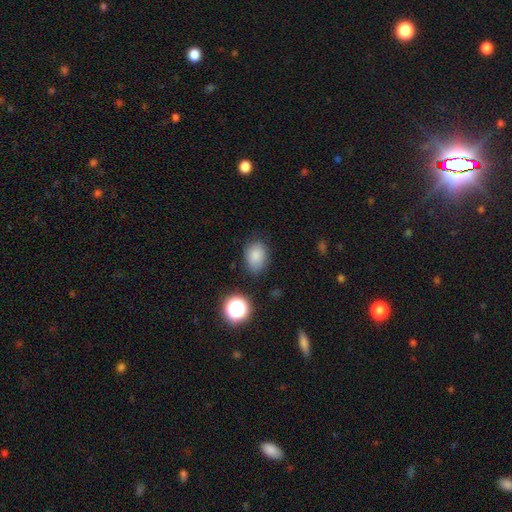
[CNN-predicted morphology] Overall: smooth (82%). How rounded: in between (70%). Merging: none (72%).